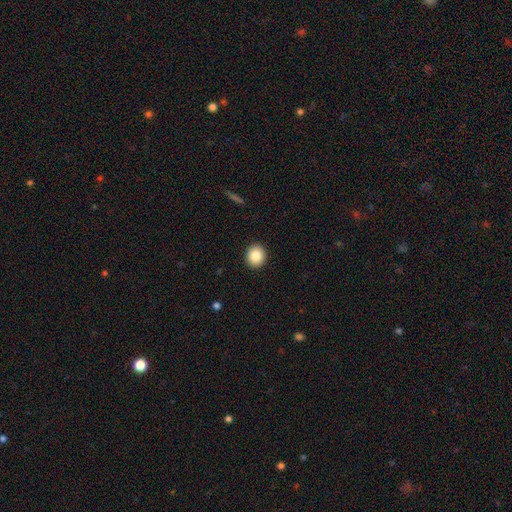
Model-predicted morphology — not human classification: This is clearly a smooth galaxy (85%). How rounded: likely round (77%). Merging: clearly none (92%).